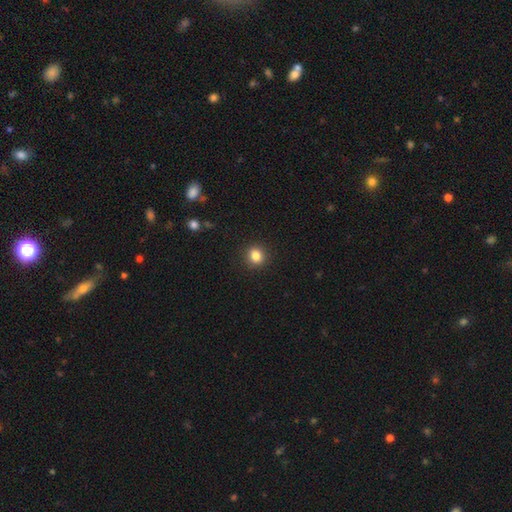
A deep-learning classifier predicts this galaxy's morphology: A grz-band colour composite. It shows a smooth galaxy with no disk features (84%) that is round (81%). Merging: none (91%).